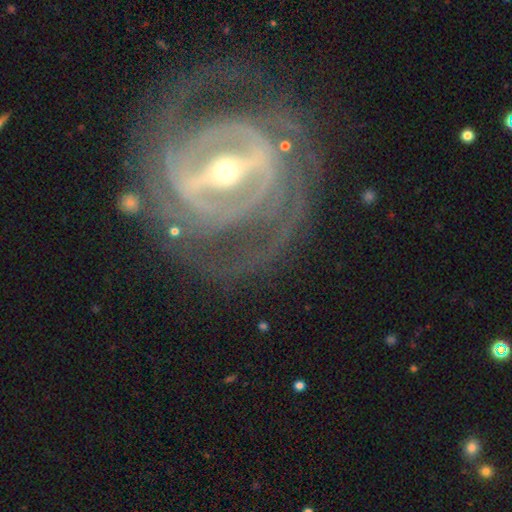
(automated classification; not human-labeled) Smooth or featured?
  - featured or disk: 90% *
  - star or artifact: 5%
  - smooth: 4%
Edge-on disk?
  - no: 93% *
  - yes: 7%
Bar?
  - strong: 79% *
  - weak: 15%
  - no: 5%
Spiral arms?
  - yes: 90% *
  - no: 10%
Spiral winding?
  - tight: 66% *
  - medium: 27%
  - loose: 7%
Spiral arm count?
  - can't tell: 29% *
  - 2: 27%
  - 3: 17%
  - 4: 13%
  - more than 4: 7%
  - 1: 6%
Bulge size?
  - small: 50% *
  - moderate: 44%
  - large: 3%
  - dominant: 1%
  - none: 1%
Merging?
  - none: 73% *
  - minor disturbance: 13%
  - major disturbance: 12%
  - merger: 2%